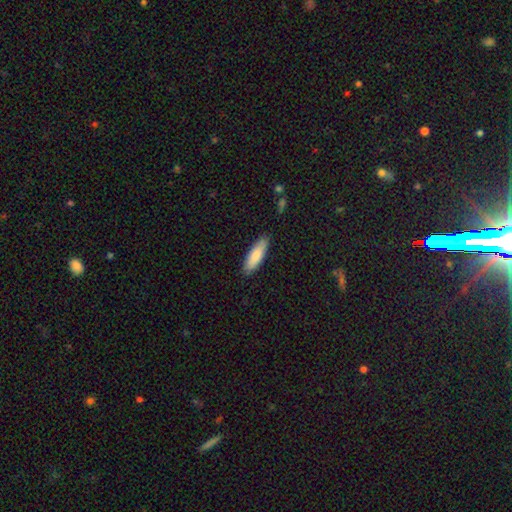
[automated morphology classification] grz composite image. It shows a smooth galaxy with no disk features (81%) that is in between round and cigar-shaped (50%). Merging: none (87%).